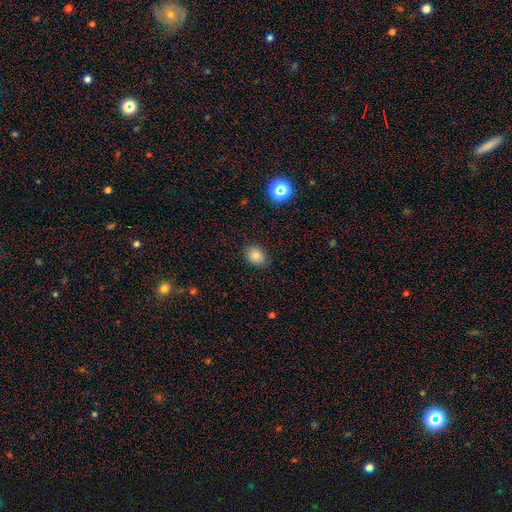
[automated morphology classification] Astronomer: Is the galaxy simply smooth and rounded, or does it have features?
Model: smooth — 83%.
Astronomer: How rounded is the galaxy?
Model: in between — 57% (runner-up: round, 42%).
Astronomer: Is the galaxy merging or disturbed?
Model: none — 86%.